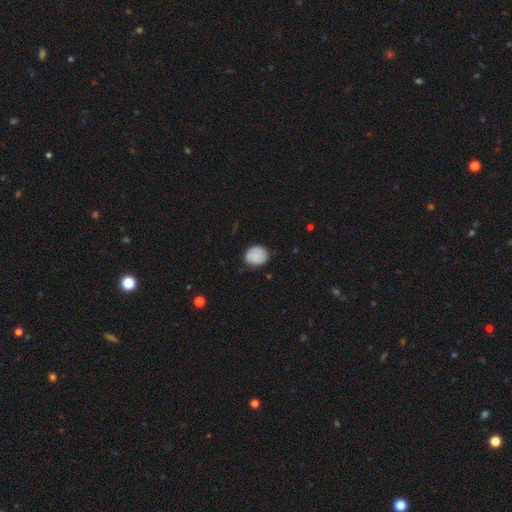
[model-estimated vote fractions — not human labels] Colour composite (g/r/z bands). It shows a smooth galaxy with no disk features (74%) that is round (68%). Merging: none (76%).